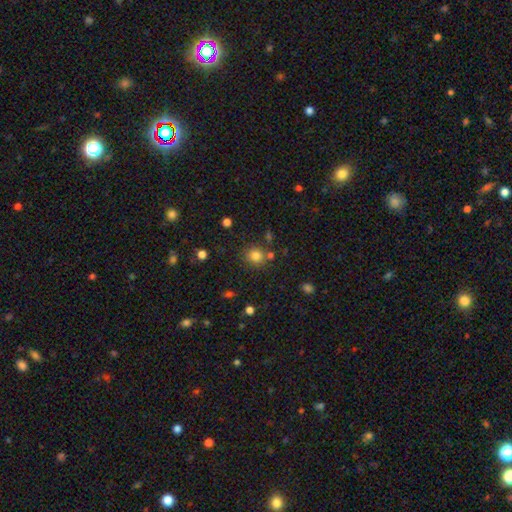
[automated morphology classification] smooth 80%, star or artifact 14%, featured or disk 6%. Down the decision tree: how rounded — round (86%); merging — none (76%).